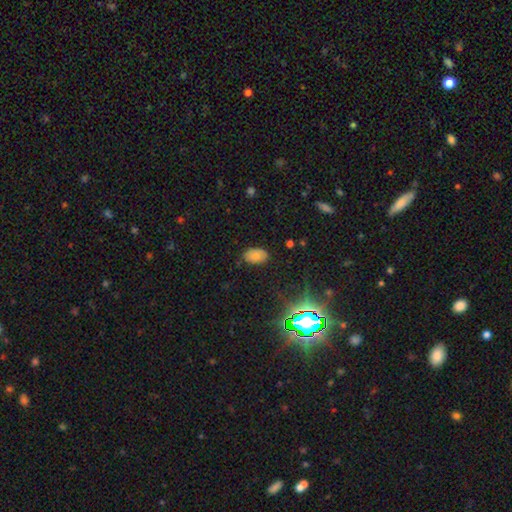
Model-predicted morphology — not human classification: This is likely a smooth galaxy (75%). How rounded: clearly in between (92%). Merging: clearly none (81%).